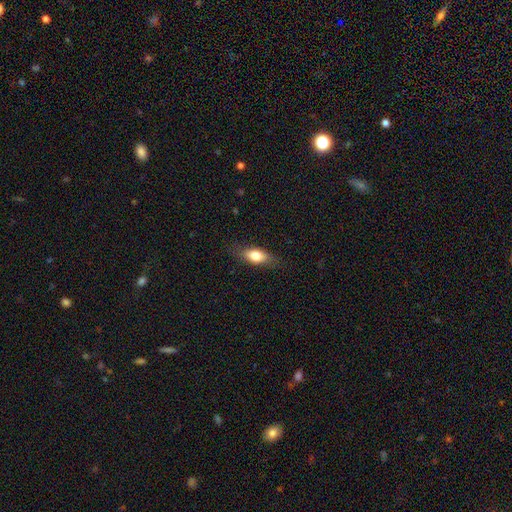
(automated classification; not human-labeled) Q: Smooth or featured?
A: smooth (74%); runner-up: featured or disk (18%)
Q: How rounded?
A: in between (75%); runner-up: cigar-shaped (19%)
Q: Merging?
A: none (79%); runner-up: minor disturbance (16%)